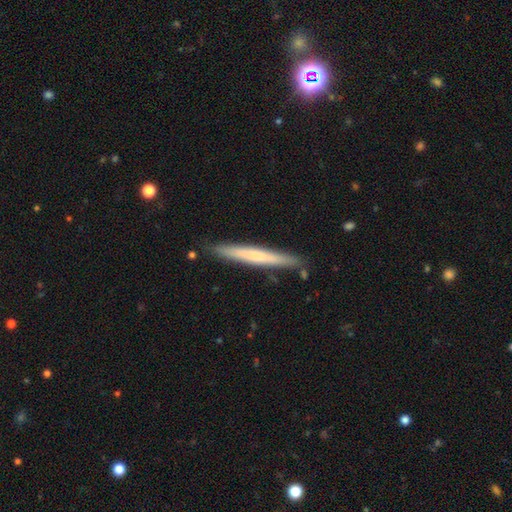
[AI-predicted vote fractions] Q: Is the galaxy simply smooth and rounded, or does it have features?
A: smooth — 57%.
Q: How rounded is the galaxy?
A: cigar-shaped — 96%.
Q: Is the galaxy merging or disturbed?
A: none — 87%.